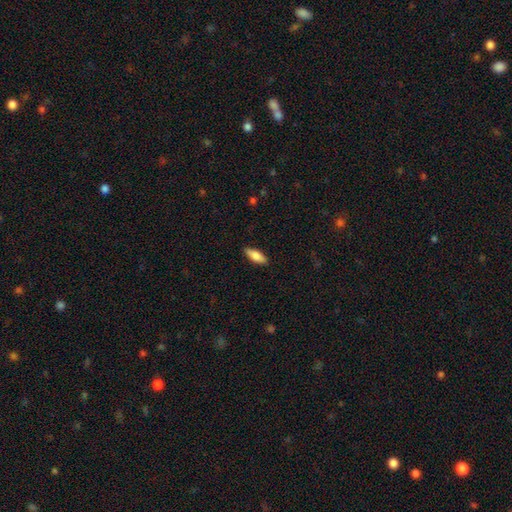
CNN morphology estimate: smooth-or-featured: smooth: 80% | featured or disk: 14% | star or artifact: 6%
  how-rounded: in between: 70% | cigar-shaped: 28% | round: 2%
  merging: none: 88% | minor disturbance: 9% | major disturbance: 2% | merger: 1%